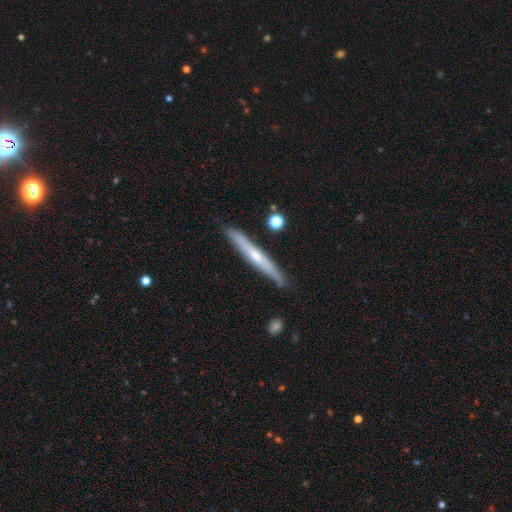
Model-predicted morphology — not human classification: Smooth or featured: featured or disk — 57% (smooth — 37%)
Edge-on disk: yes — 95% (no — 5%)
Edge-on bulge: rounded — 59% (none — 37%)
Merging: none — 87% (minor disturbance — 10%)